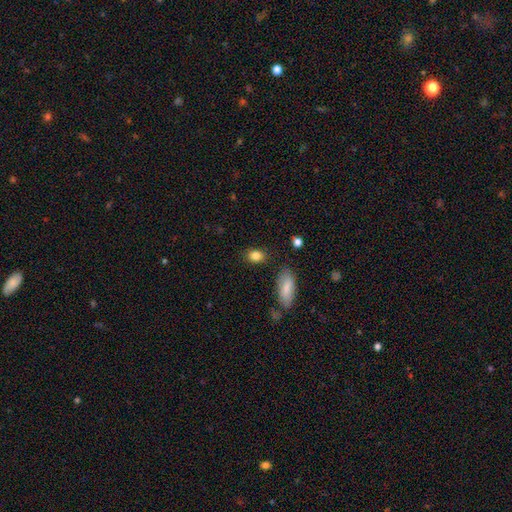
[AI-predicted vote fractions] Overall: smooth (85%). How rounded: in between (68%; round 29%). Merging: none (82%).